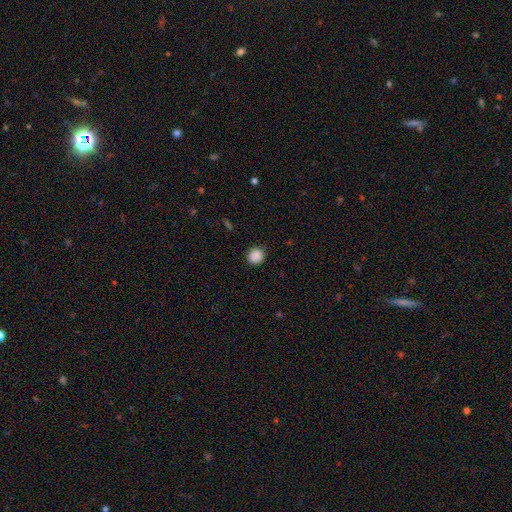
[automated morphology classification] A smooth galaxy with no disk features (88%) that is round (91%).

Vote fractions:
- Smooth or featured? smooth: 88% / star or artifact: 9% / featured or disk: 2%
- How rounded? round: 91% / in between: 8% / cigar-shaped: 1%
- Merging? none: 89% / minor disturbance: 8% / major disturbance: 2% / merger: 1%